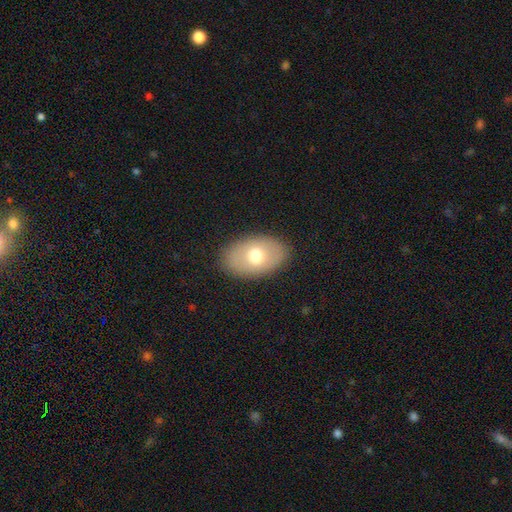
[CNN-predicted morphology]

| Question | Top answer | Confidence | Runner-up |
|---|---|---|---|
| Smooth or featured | smooth | 66% | featured or disk (26%) |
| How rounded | in between | 87% | round (12%) |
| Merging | none | 86% | minor disturbance (10%) |